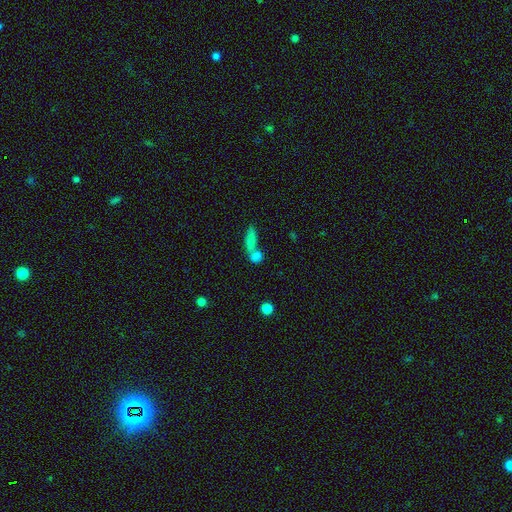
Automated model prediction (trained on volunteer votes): Morphology: type=smooth (75%); roundness=in between (56%); merging=merger (55%).